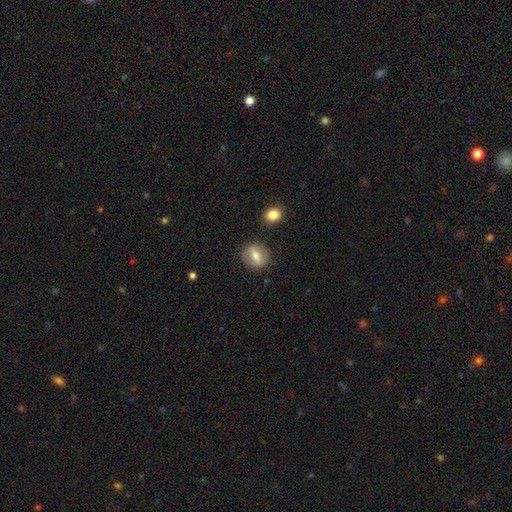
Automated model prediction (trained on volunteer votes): Overall: smooth (56%; featured or disk 36%). How rounded: round (61%; in between 36%). Merging: none (82%).